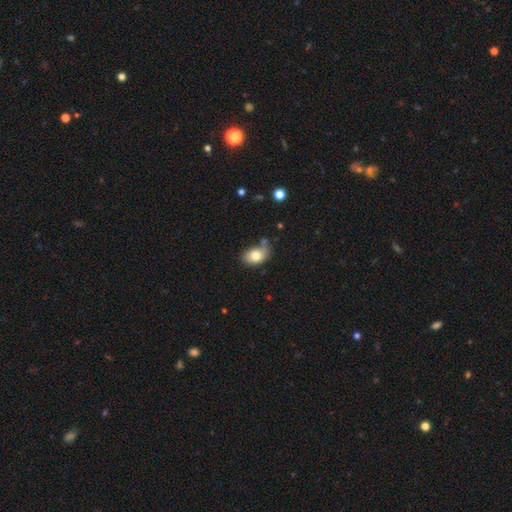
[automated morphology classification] A smooth galaxy with no disk features (78%) that is in between round and cigar-shaped (81%). Merging: none (52%).